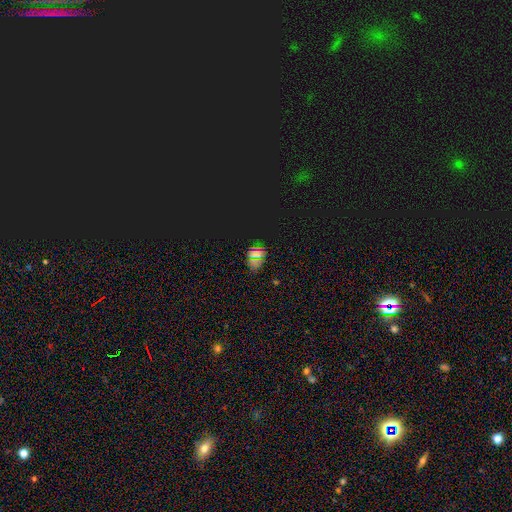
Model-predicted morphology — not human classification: smooth_or_featured: star or artifact (p=0.49) [alt: smooth p=0.43]